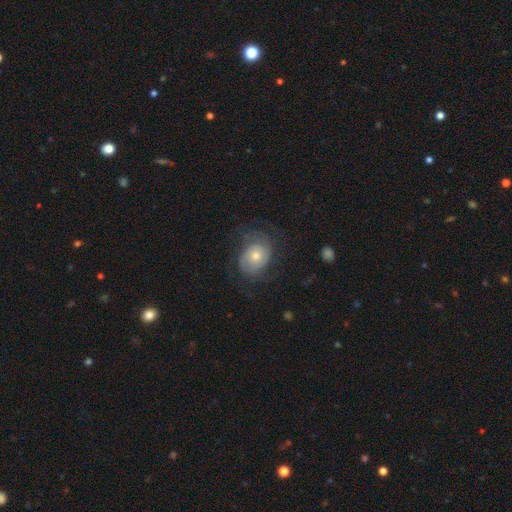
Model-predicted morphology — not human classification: Smooth or featured?
  - featured or disk: 53% *
  - smooth: 38%
  - star or artifact: 9%
Edge-on disk?
  - no: 97% *
  - yes: 3%
Bar?
  - no: 83% *
  - weak: 15%
  - strong: 3%
Spiral arms?
  - yes: 76% *
  - no: 24%
Bulge size?
  - moderate: 56% *
  - small: 36%
  - large: 5%
  - none: 1%
  - dominant: 1%
Merging?
  - none: 61% *
  - minor disturbance: 21%
  - major disturbance: 16%
  - merger: 1%